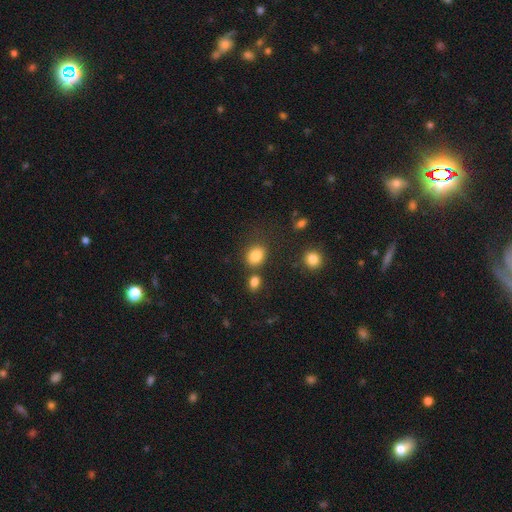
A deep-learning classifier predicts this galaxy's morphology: Overall: smooth (84%). How rounded: in between (57%; round 42%). Merging: none (67%).